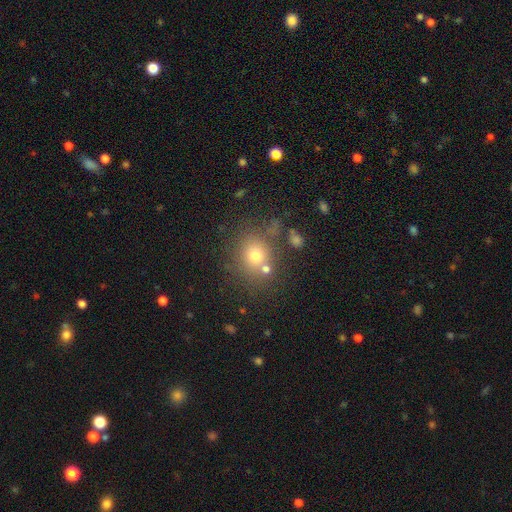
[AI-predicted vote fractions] A smooth galaxy with no disk features (72%) that is round (76%). Merging: none (69%).